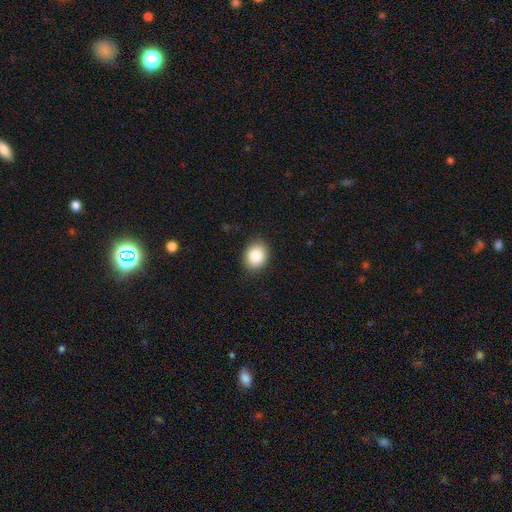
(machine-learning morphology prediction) This appears to be a smooth galaxy with no disk features (84%) that is round (56%). Merging: none (89%).